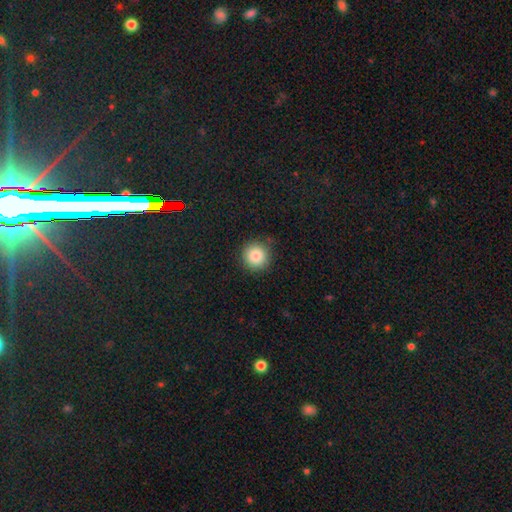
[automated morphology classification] type=smooth (84%); roundness=round (94%); merging=none (88%).